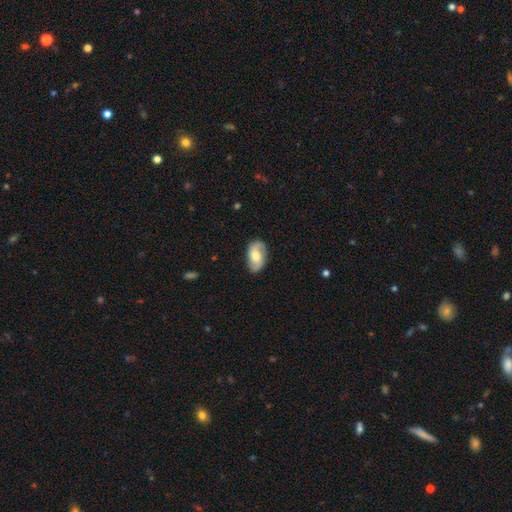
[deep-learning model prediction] This appears to be a featured or disk galaxy (62%) with no bar (58%), 2 (86%) medium (39%, tied with loose) spiral arms (88%) and a moderate central bulge (68%). Merging: none (80%).